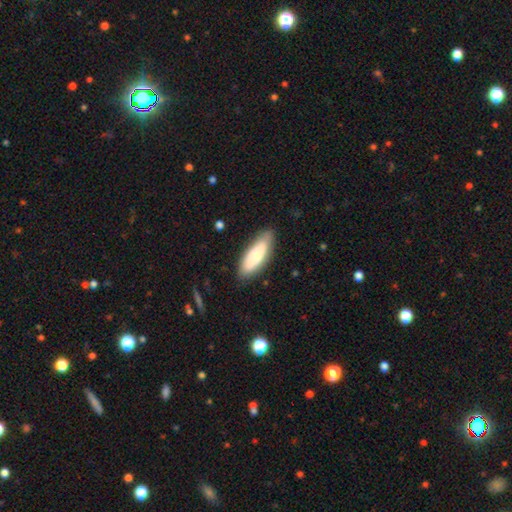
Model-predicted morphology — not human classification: Smooth or featured: smooth — 72% (featured or disk — 23%)
How rounded: in between — 64% (cigar-shaped — 34%)
Merging: none — 80% (minor disturbance — 15%)